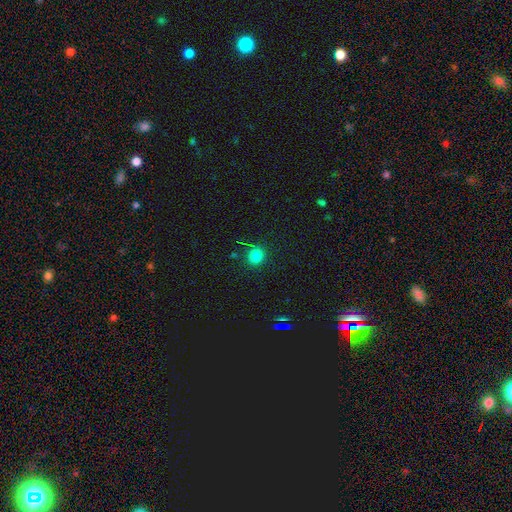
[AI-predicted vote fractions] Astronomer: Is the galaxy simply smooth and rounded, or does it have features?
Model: smooth — 80%.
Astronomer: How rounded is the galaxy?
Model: round — 83%.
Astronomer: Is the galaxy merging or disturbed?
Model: none — 84%.